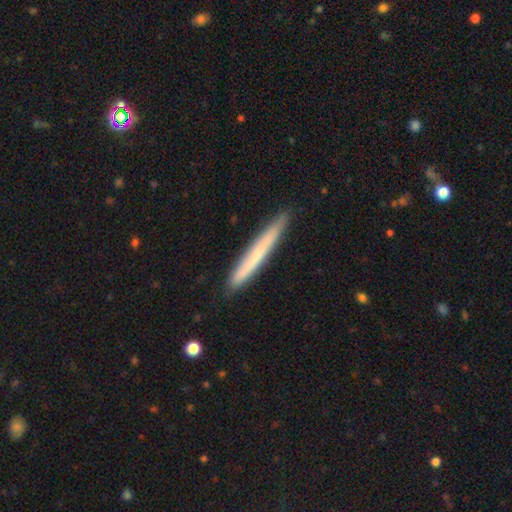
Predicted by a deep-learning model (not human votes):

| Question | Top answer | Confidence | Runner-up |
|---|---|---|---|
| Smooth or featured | smooth | 58% | featured or disk (36%) |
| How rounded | cigar-shaped | 97% | in between (2%) |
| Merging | none | 87% | minor disturbance (10%) |